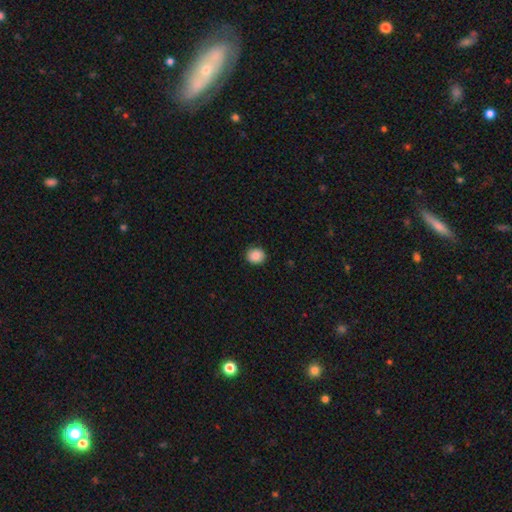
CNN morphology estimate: smooth_or_featured: smooth (p=0.88) [alt: star or artifact p=0.09]
how_rounded: round (p=0.82) [alt: in between p=0.17]
merging: none (p=0.89) [alt: minor disturbance p=0.08]